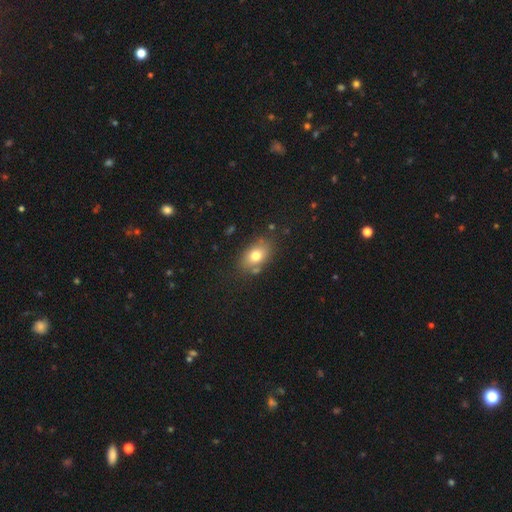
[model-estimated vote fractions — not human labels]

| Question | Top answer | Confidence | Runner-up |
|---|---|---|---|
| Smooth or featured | smooth | 75% | featured or disk (15%) |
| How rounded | in between | 81% | round (18%) |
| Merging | none | 75% | minor disturbance (15%) |